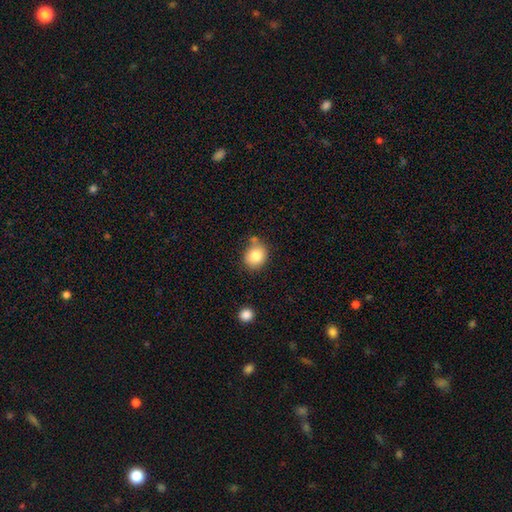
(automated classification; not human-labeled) Morphology: type=smooth (80%); roundness=round (67%); merging=none (67%).